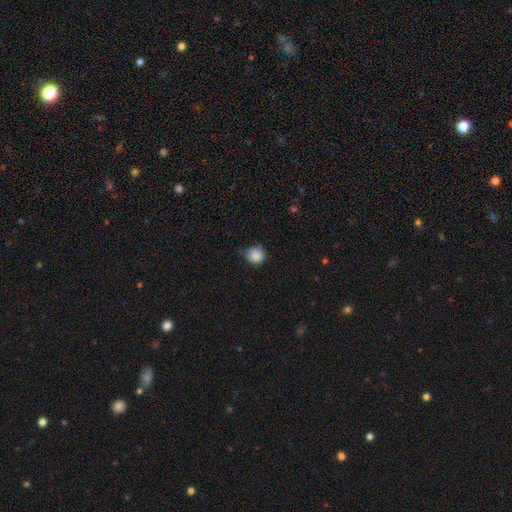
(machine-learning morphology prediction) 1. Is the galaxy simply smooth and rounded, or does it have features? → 87% smooth, 10% star or artifact, 3% featured or disk.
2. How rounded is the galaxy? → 89% round, 10% in between, 1% cigar-shaped.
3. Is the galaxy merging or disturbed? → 71% none, 24% minor disturbance, 4% major disturbance, 2% merger.